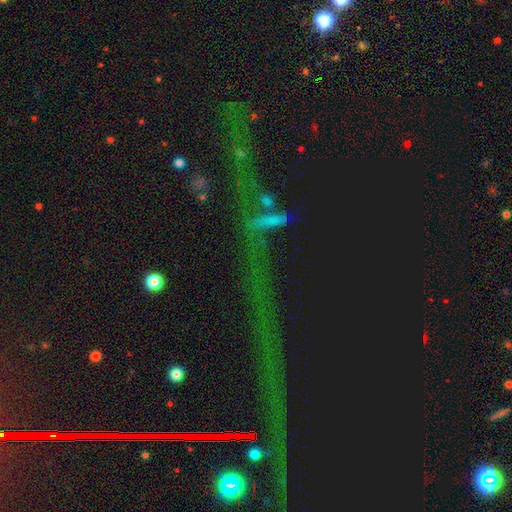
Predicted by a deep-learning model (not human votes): smooth-or-featured: star or artifact: 74% | featured or disk: 15% | smooth: 11%